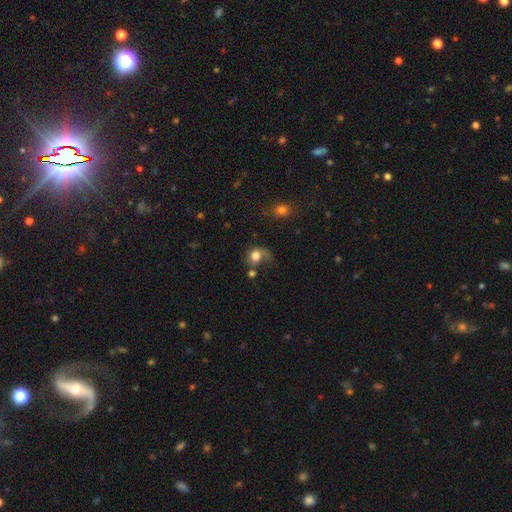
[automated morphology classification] The model was most divided on "merging": major disturbance: 38%, none: 29%, minor disturbance: 20%, merger: 13%. More confident: smooth or featured — smooth (66%); how rounded — round (62%).